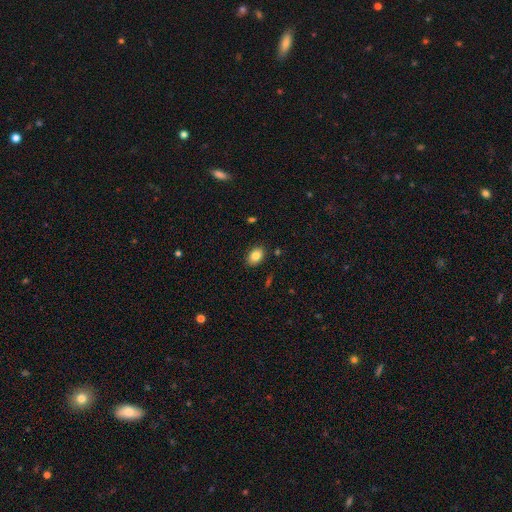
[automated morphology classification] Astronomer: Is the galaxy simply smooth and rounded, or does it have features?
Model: smooth — 84%.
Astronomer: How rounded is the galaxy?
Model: in between — 81%.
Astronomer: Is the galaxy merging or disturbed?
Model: none — 86%.